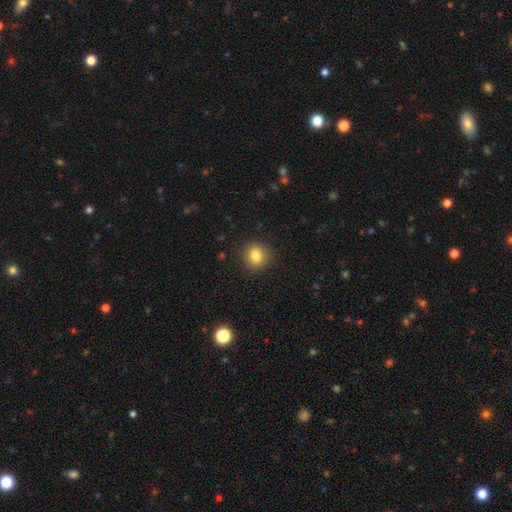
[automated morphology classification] smooth_or_featured: smooth (p=0.83) [alt: star or artifact p=0.10]
how_rounded: round (p=0.81) [alt: in between p=0.18]
merging: none (p=0.90) [alt: minor disturbance p=0.07]